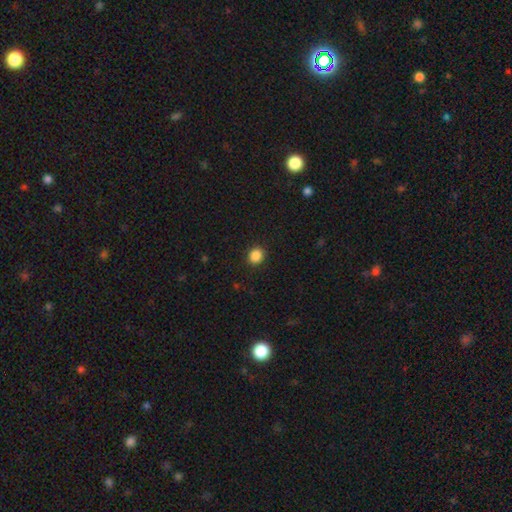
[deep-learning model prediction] Overall: smooth (87%). How rounded: round (81%). Merging: none (91%).